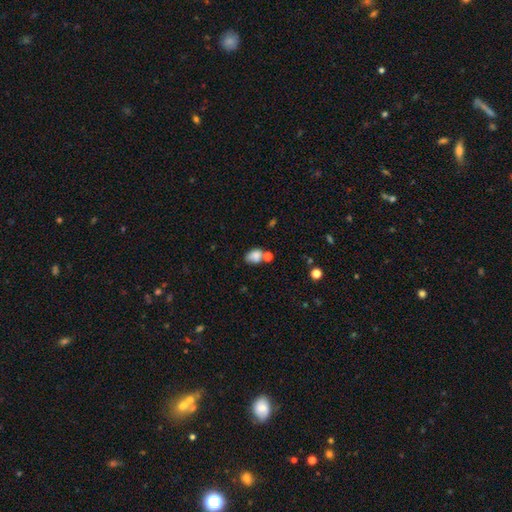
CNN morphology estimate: smooth-or-featured: smooth: 76% | featured or disk: 13% | star or artifact: 11%
  how-rounded: in between: 76% | round: 23% | cigar-shaped: 1%
  merging: none: 41% | merger: 30% | minor disturbance: 20% | major disturbance: 9%